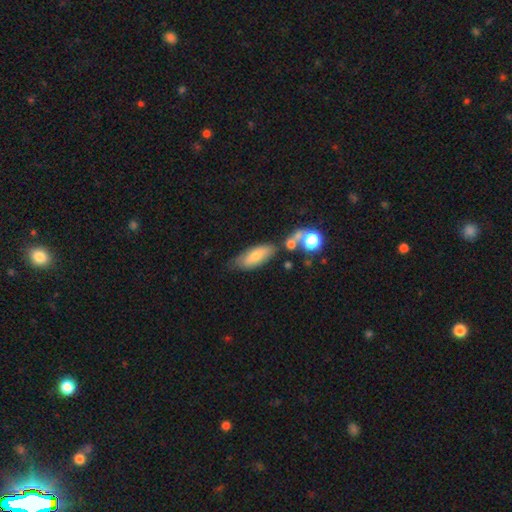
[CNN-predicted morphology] The model was most divided on "merging": none: 61%, minor disturbance: 21%, merger: 12%, major disturbance: 7%. More confident: how rounded — in between (74%); smooth or featured — smooth (72%).